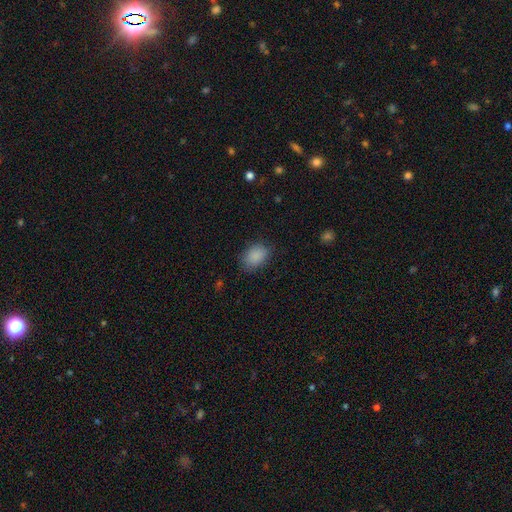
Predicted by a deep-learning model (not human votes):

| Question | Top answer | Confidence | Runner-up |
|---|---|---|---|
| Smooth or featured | smooth | 88% | star or artifact (8%) |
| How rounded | in between | 80% | round (19%) |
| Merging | none | 80% | minor disturbance (15%) |